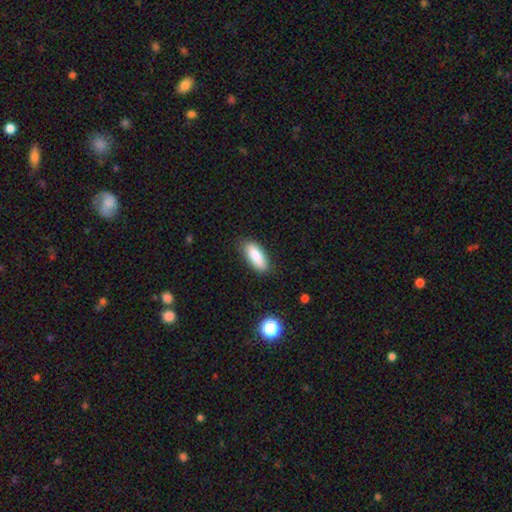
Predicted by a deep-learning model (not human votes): Smooth or featured: smooth — 84% (featured or disk — 9%)
How rounded: in between — 73% (cigar-shaped — 25%)
Merging: none — 85% (minor disturbance — 11%)